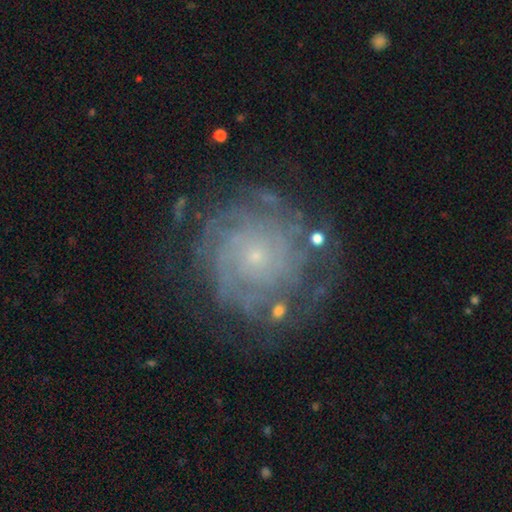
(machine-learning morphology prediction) This is clearly a featured or disk galaxy (80%). It is clearly not viewed edge-on (98%). Bar: clearly no (84%). Spiral arm pattern: clearly yes (92%). Spiral arm count: marginally can't tell (42%). Spiral winding: likely tight (79%). Central bulge: clearly small (86%). Merging: likely none (72%).